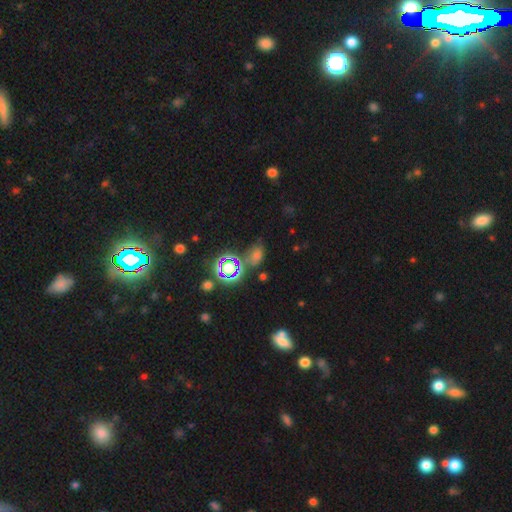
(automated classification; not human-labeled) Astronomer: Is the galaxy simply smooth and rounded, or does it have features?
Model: star or artifact — 54% (runner-up: smooth, 34%).